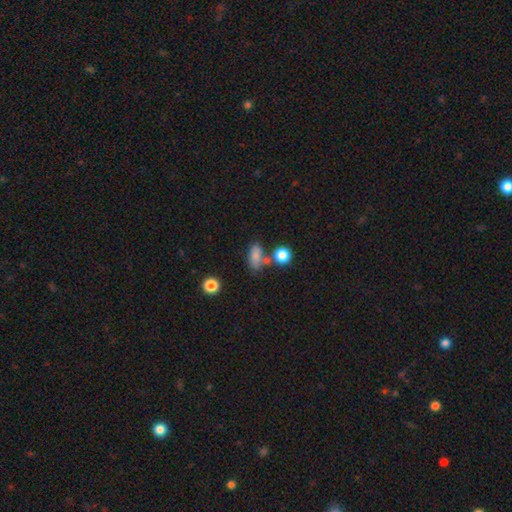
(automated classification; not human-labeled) smooth 80%, star or artifact 11%, featured or disk 8%. Down the decision tree: how rounded — in between (81%); merging — none (52%).